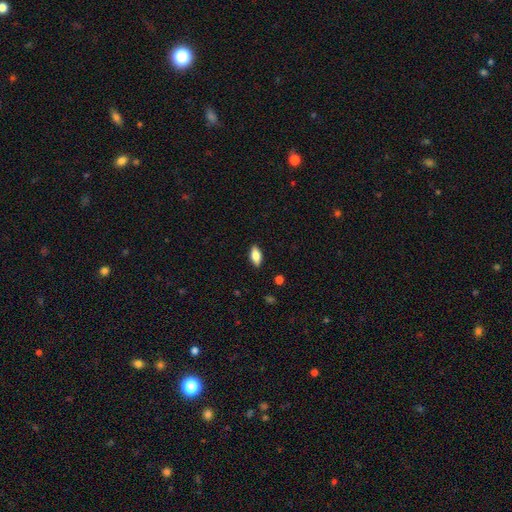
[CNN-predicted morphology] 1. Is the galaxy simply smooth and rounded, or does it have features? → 79% smooth, 14% featured or disk, 7% star or artifact.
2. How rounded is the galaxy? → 87% in between, 10% cigar-shaped, 3% round.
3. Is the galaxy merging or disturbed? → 88% none, 9% minor disturbance, 2% major disturbance, 1% merger.